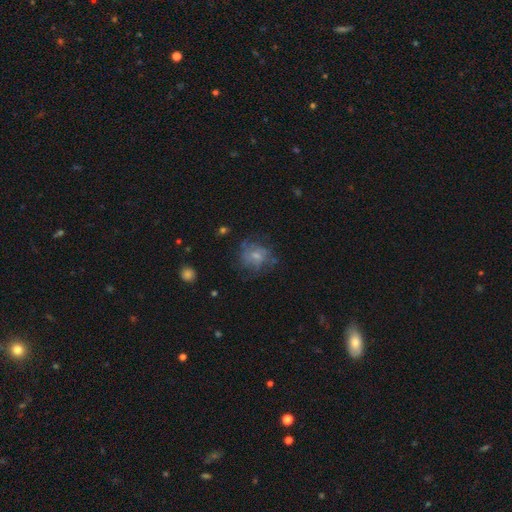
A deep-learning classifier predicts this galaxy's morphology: Smooth or featured? Predicted: smooth (p=0.47). Merging? Predicted: none (p=0.56).